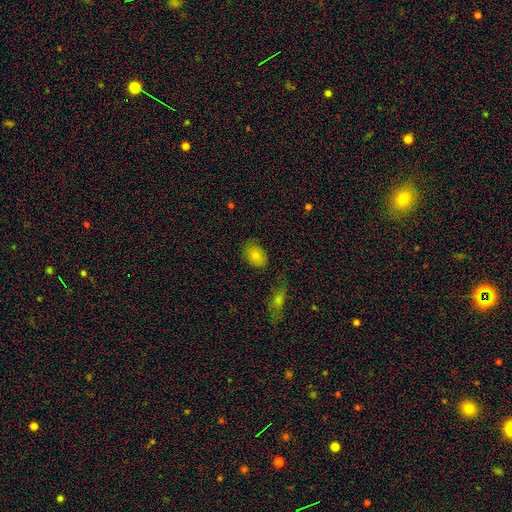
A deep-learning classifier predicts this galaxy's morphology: Smooth or featured: smooth — 83% (star or artifact — 9%)
How rounded: in between — 83% (round — 16%)
Merging: none — 80% (minor disturbance — 14%)